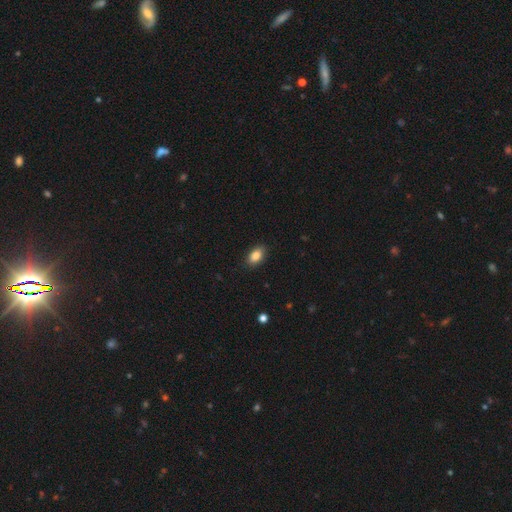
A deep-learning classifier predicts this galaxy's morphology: This appears to be a smooth galaxy with no disk features (86%) that is in between round and cigar-shaped (89%). Merging: none (87%).